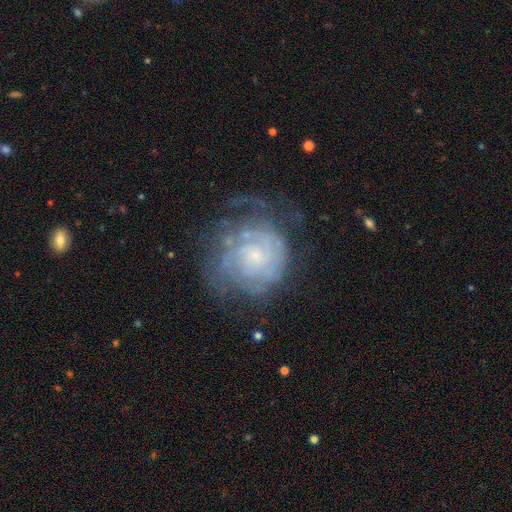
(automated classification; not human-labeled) Morphology: type=featured or disk (77%); edge-on=no (98%); bar=no (73%); spiral arms=yes (87%); winding=tight (68%); arm count=can't tell (49%); bulge=small (73%); merging=none (55%).